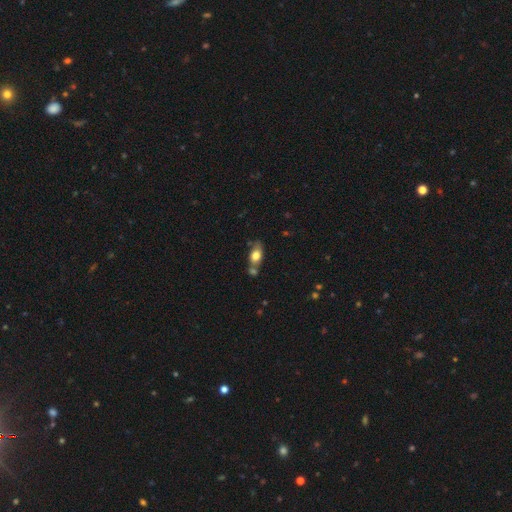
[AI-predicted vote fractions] Q: Smooth or featured?
A: smooth (73%); runner-up: featured or disk (19%)
Q: How rounded?
A: in between (80%); runner-up: round (13%)
Q: Merging?
A: none (46%); runner-up: merger (29%)